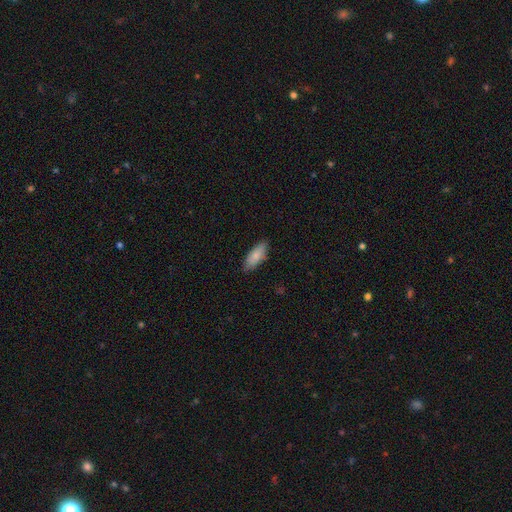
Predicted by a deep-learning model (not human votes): This is clearly a smooth galaxy (84%). How rounded: likely in between (75%). Merging: clearly none (84%).